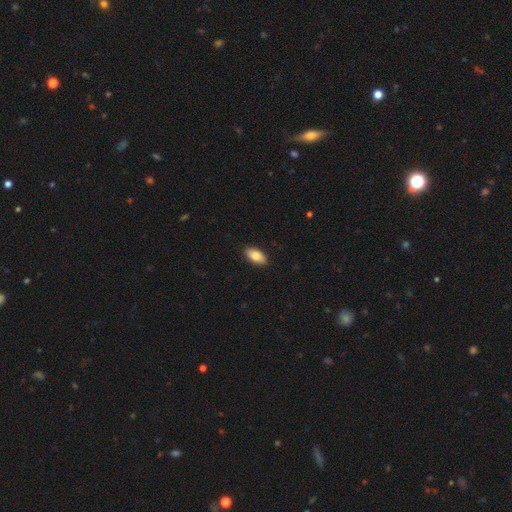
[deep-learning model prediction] A smooth galaxy with no disk features (86%) that is in between round and cigar-shaped (94%).

Vote fractions:
- Smooth or featured? smooth: 86% / featured or disk: 8% / star or artifact: 6%
- How rounded? in between: 94% / cigar-shaped: 4% / round: 3%
- Merging? none: 91% / minor disturbance: 7% / major disturbance: 2% / merger: 1%